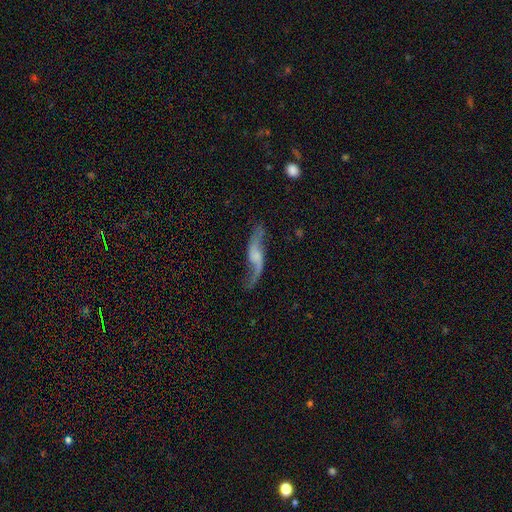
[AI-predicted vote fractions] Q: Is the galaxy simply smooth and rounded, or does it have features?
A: featured or disk — 82%.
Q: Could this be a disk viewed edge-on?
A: no — 83%.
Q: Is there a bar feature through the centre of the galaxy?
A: no — 51%.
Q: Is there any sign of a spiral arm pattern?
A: yes — 94%.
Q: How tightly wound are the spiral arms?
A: loose — 90%.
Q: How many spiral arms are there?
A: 2 — 91%.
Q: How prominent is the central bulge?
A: none — 34%.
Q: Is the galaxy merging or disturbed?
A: none — 68%.